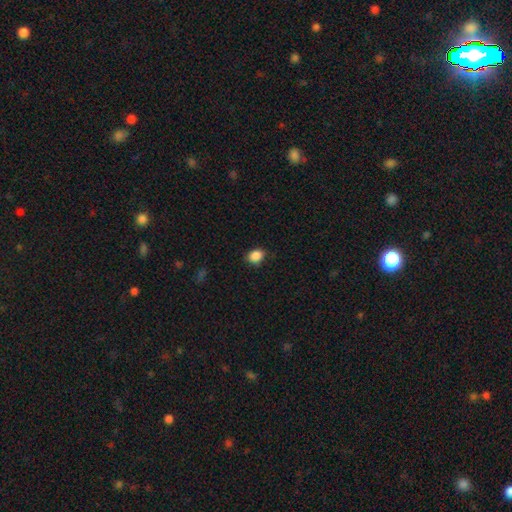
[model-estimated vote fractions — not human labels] Q: Smooth or featured?
A: smooth (88%); runner-up: star or artifact (9%)
Q: How rounded?
A: round (51%); runner-up: in between (48%)
Q: Merging?
A: none (83%); runner-up: minor disturbance (13%)